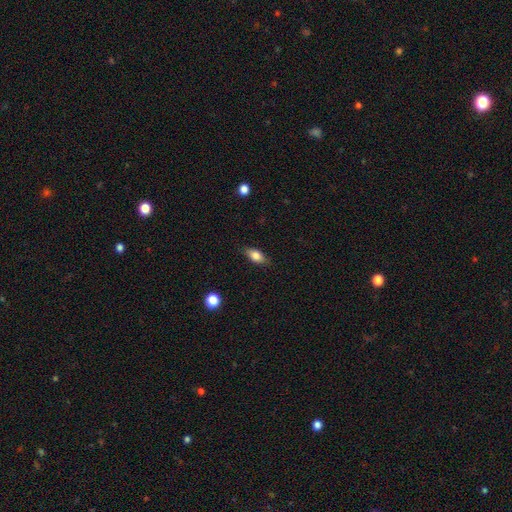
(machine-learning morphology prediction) smooth-or-featured: smooth: 78% | featured or disk: 15% | star or artifact: 8%
  how-rounded: in between: 83% | cigar-shaped: 11% | round: 6%
  merging: none: 83% | minor disturbance: 13% | major disturbance: 3% | merger: 1%